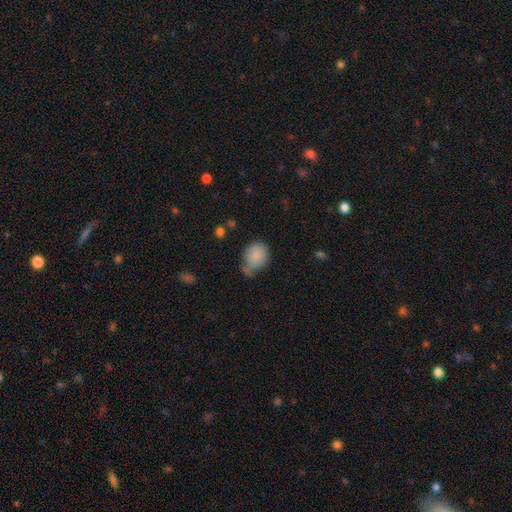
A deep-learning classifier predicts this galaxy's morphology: This appears to be a smooth galaxy with no disk features (82%) that is round (58%). Merging: none (41%).